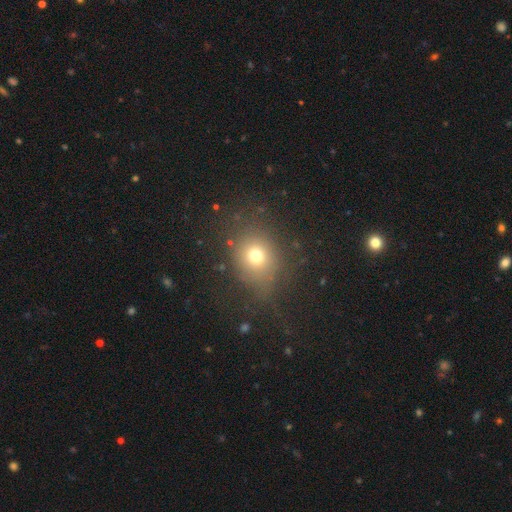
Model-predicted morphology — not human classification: Q: Smooth or featured?
A: smooth (71%); runner-up: star or artifact (17%)
Q: How rounded?
A: round (71%); runner-up: in between (28%)
Q: Merging?
A: none (73%); runner-up: minor disturbance (14%)